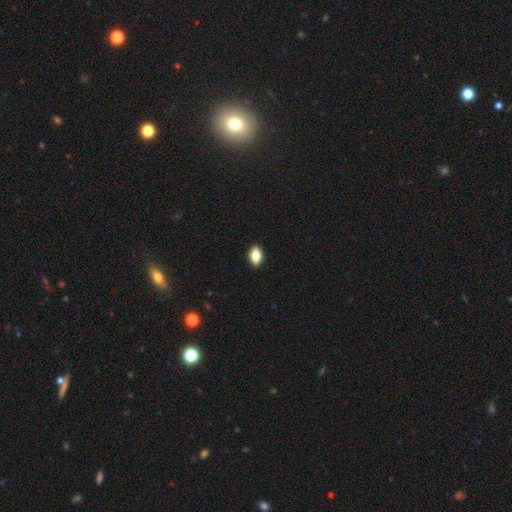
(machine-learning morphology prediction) A smooth galaxy with no disk features (80%) that is in between round and cigar-shaped (87%). Merging: none (90%).